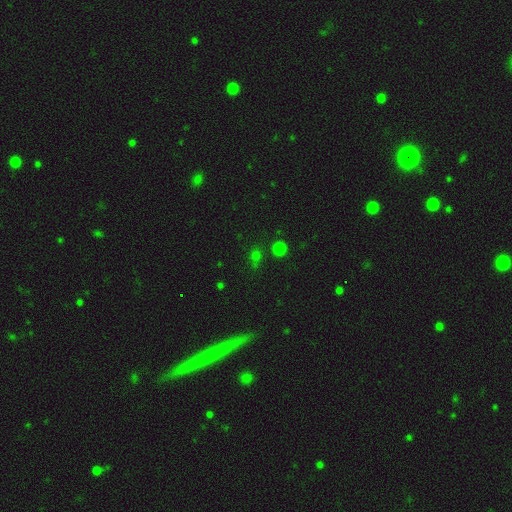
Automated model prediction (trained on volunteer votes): smooth 57%, star or artifact 36%, featured or disk 6%. Down the decision tree: how rounded — round (81%); merging — none (73%).